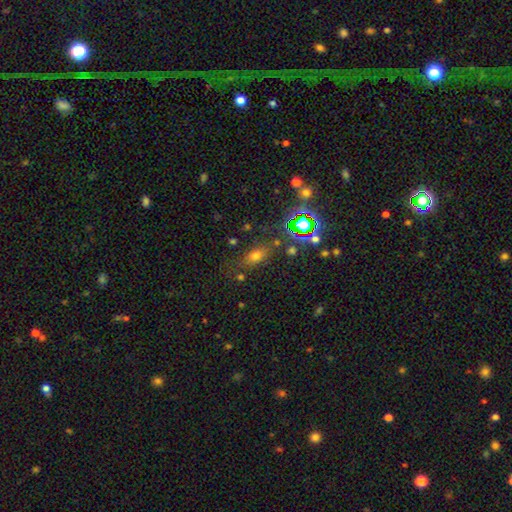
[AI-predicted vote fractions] A smooth galaxy with no disk features (58%) that is in between round and cigar-shaped (70%).

Vote fractions:
- Smooth or featured? smooth: 58% / star or artifact: 29% / featured or disk: 13%
- How rounded? in between: 70% / round: 20% / cigar-shaped: 11%
- Merging? none: 72% / minor disturbance: 15% / major disturbance: 7% / merger: 6%